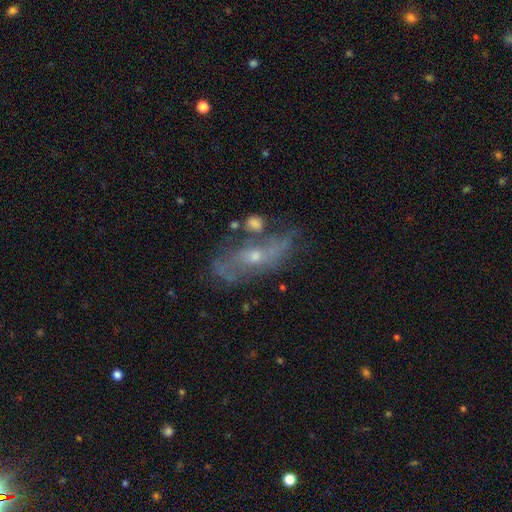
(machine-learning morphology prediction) Q: Smooth or featured?
A: featured or disk (67%); runner-up: smooth (23%)
Q: Edge-on disk?
A: no (84%); runner-up: yes (16%)
Q: Bar?
A: no (68%); runner-up: weak (24%)
Q: Spiral arms?
A: yes (62%); runner-up: no (38%)
Q: Bulge size?
A: small (51%); runner-up: moderate (44%)
Q: Merging?
A: none (46%); runner-up: minor disturbance (22%)